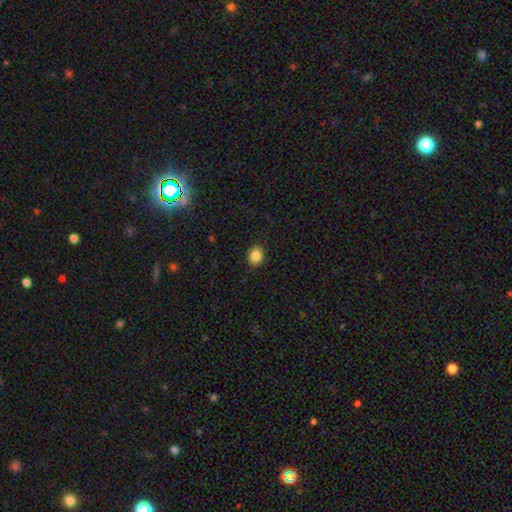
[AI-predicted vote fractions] Smooth or featured? Predicted: smooth (p=0.86). How rounded? Predicted: round (p=0.55). Merging? Predicted: none (p=0.89).